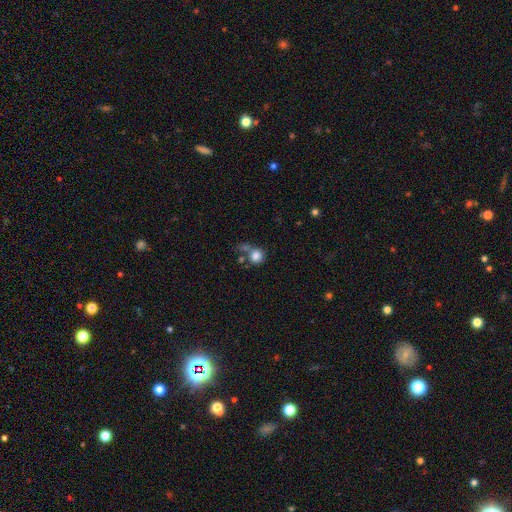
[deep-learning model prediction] This is clearly a smooth galaxy (82%). How rounded: clearly round (83%). Merging: marginally none (43%).